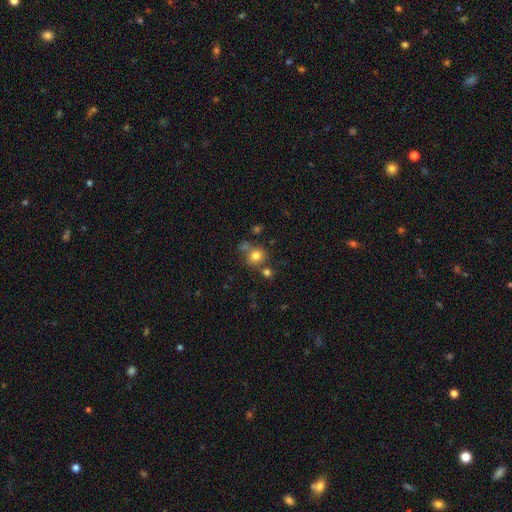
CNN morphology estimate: Smooth or featured? Predicted: smooth (p=0.79). How rounded? Predicted: round (p=0.81). Merging? Predicted: none (p=0.64).